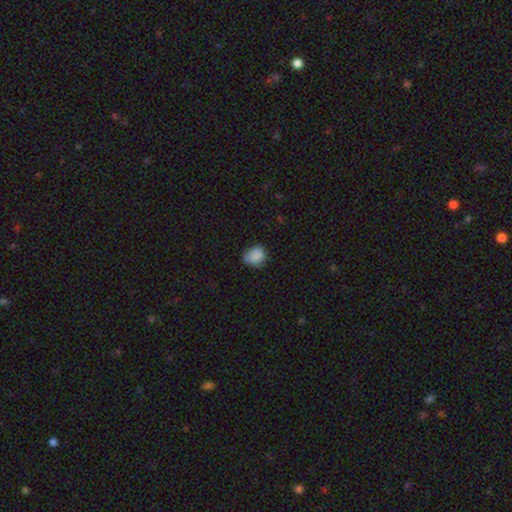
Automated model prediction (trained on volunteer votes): Smooth or featured: smooth — 86% (star or artifact — 9%)
How rounded: round — 54% (in between — 45%)
Merging: none — 63% (minor disturbance — 30%)